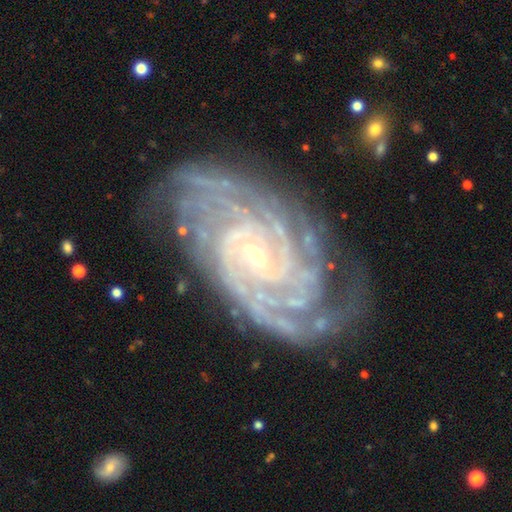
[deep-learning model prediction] Q: Smooth or featured?
A: featured or disk (92%); runner-up: star or artifact (5%)
Q: Edge-on disk?
A: no (97%); runner-up: yes (3%)
Q: Bar?
A: no (44%); runner-up: weak (38%)
Q: Spiral arms?
A: yes (99%); runner-up: no (1%)
Q: Spiral winding?
A: tight (78%); runner-up: medium (19%)
Q: Spiral arm count?
A: 4 (25%); runner-up: can't tell (18%)
Q: Bulge size?
A: small (75%); runner-up: moderate (21%)
Q: Merging?
A: none (76%); runner-up: minor disturbance (17%)